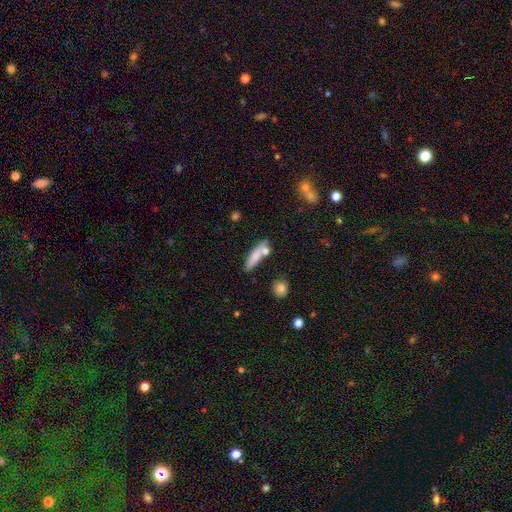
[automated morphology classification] The model was most divided on "how rounded": cigar-shaped: 71%, in between: 27%, round: 3%. More confident: smooth or featured — smooth (72%); merging — none (66%).